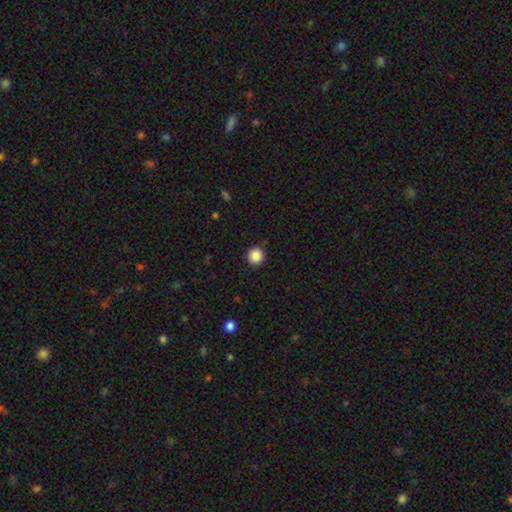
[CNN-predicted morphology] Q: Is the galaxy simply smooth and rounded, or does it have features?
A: smooth — 88%.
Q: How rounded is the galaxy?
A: round — 95%.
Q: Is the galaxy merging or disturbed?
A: none — 91%.